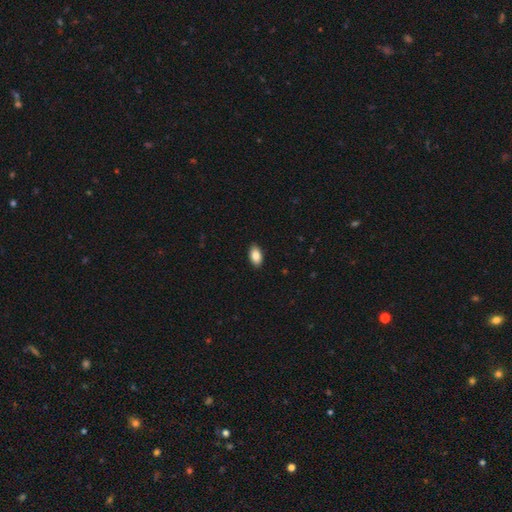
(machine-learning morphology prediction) Smooth or featured? smooth (86%)
How rounded? in between (93%)
Merging? none (90%)